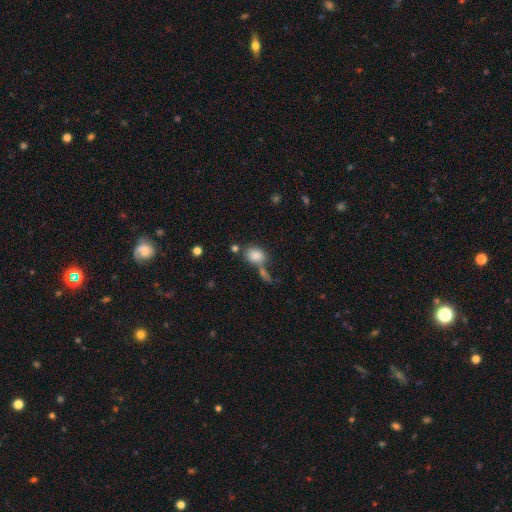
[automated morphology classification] type=smooth (84%); roundness=in between (68%); merging=none (47%).